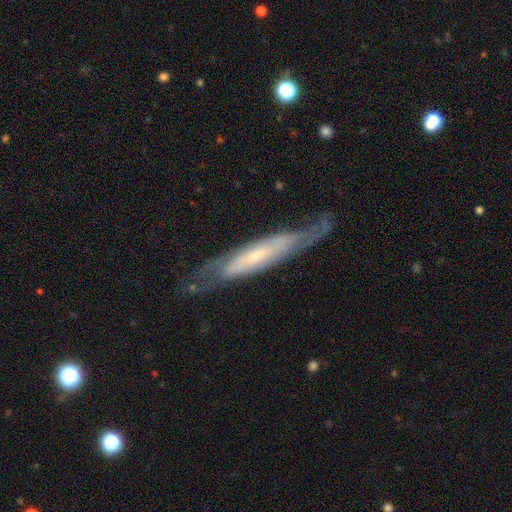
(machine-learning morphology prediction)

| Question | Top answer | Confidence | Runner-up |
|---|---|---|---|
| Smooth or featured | featured or disk | 72% | smooth (22%) |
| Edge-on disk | no | 53% | yes (47%) |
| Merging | none | 64% | minor disturbance (21%) |